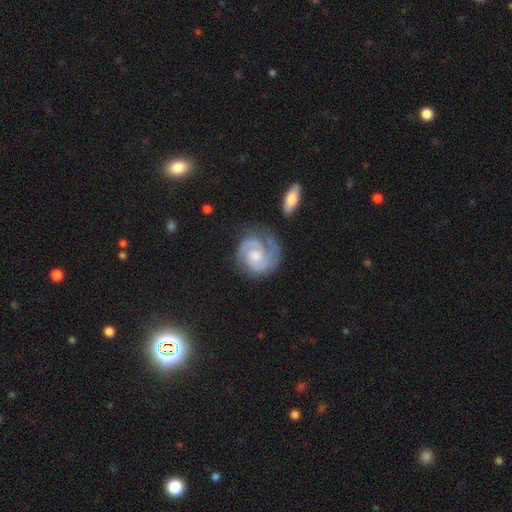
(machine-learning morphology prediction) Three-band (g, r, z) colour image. It shows a featured or disk galaxy (86%) with no bar (64%), 2 (77%) tight (52%) spiral arms (97%) and a small central bulge (43%). Merging: none (66%).